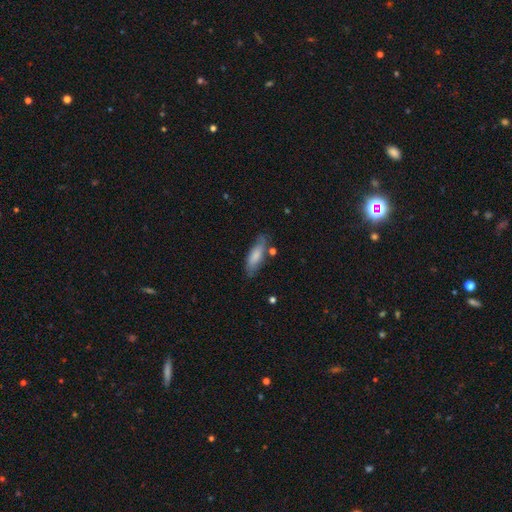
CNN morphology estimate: This appears to be a smooth galaxy with no disk features (71%) that is in between round and cigar-shaped (58%). Merging: none (68%).